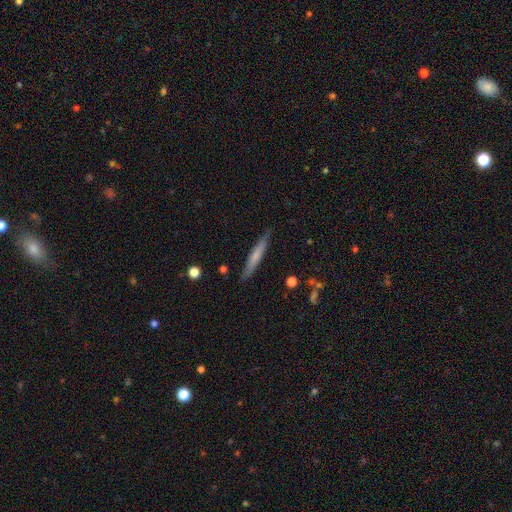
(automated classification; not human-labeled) Smooth or featured?
  - smooth: 58% *
  - featured or disk: 36%
  - star or artifact: 6%
How rounded?
  - cigar-shaped: 95% *
  - in between: 4%
  - round: 1%
Merging?
  - none: 88% *
  - minor disturbance: 9%
  - major disturbance: 2%
  - merger: 1%